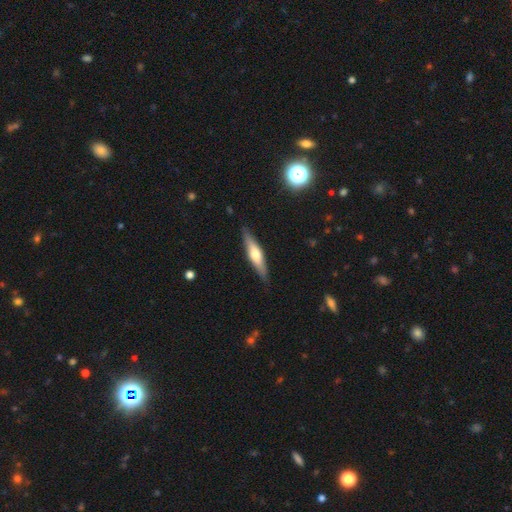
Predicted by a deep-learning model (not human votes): Q: Smooth or featured?
A: featured or disk (50%); runner-up: smooth (45%)
Q: Merging?
A: none (87%); runner-up: minor disturbance (10%)